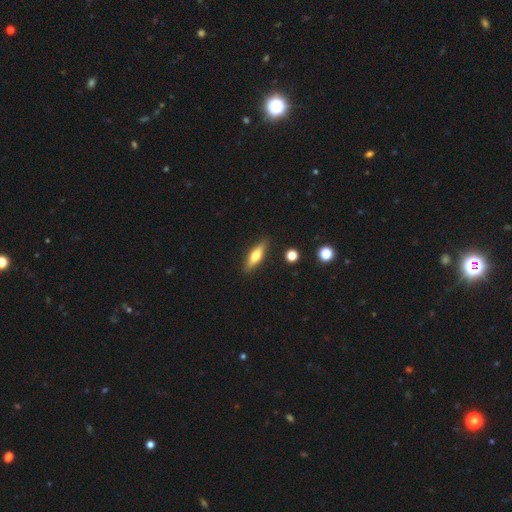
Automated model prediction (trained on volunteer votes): This is possibly a smooth galaxy (59%). How rounded: possibly cigar-shaped (55%). Merging: clearly none (87%).